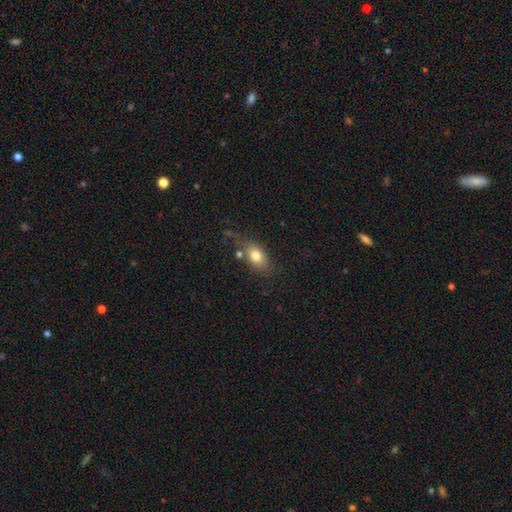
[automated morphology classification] Smooth or featured: smooth — 77% (featured or disk — 14%)
How rounded: in between — 82% (round — 14%)
Merging: none — 61% (minor disturbance — 19%)